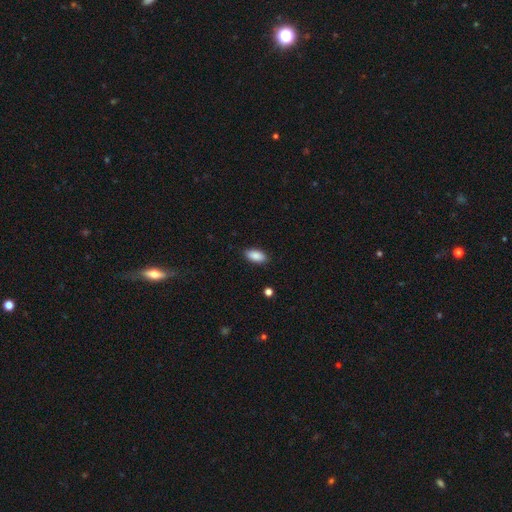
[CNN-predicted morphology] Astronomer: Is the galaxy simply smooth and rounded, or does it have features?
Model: smooth — 89%.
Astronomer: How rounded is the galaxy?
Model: in between — 92%.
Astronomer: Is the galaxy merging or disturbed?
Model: none — 87%.